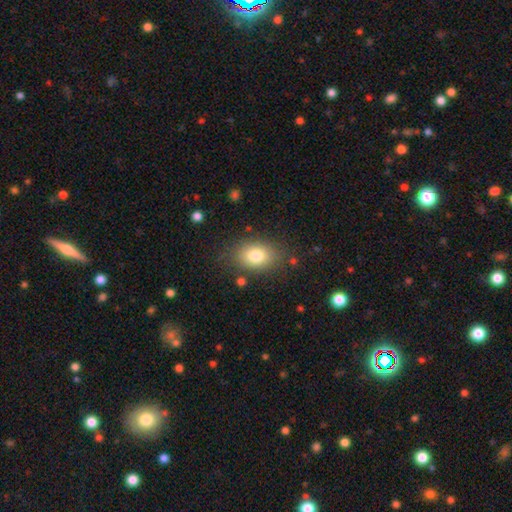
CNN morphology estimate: type=smooth (80%); roundness=in between (79%); merging=none (80%).